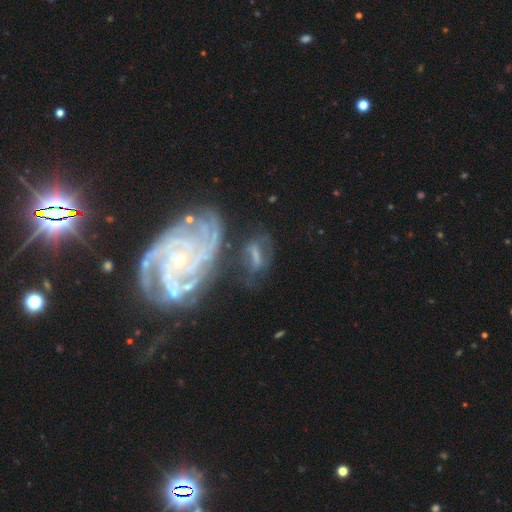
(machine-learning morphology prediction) Smooth or featured?
  - featured or disk: 64% *
  - smooth: 25%
  - star or artifact: 11%
Edge-on disk?
  - no: 92% *
  - yes: 8%
Bar?
  - no: 40% *
  - weak: 33%
  - strong: 26%
Spiral arms?
  - yes: 79% *
  - no: 21%
Bulge size?
  - small: 50% *
  - moderate: 25%
  - none: 19%
  - large: 4%
  - dominant: 2%
Merging?
  - none: 45% *
  - minor disturbance: 22%
  - major disturbance: 20%
  - merger: 13%